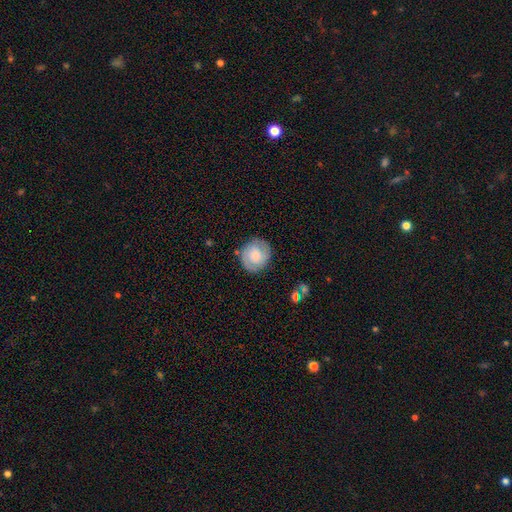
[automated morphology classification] type=smooth (60%); roundness=round (83%); merging=none (81%).